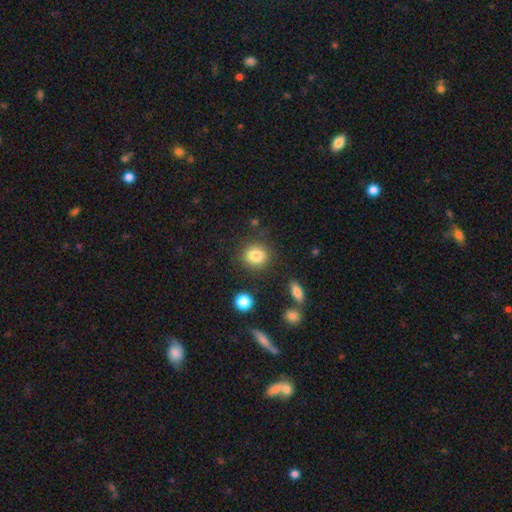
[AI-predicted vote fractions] Smooth or featured? Predicted: smooth (p=0.83). How rounded? Predicted: round (p=0.81). Merging? Predicted: none (p=0.85).